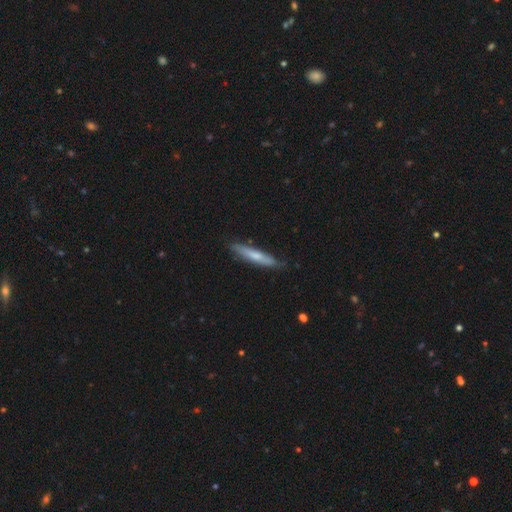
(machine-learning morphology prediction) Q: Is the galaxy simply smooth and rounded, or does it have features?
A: smooth — 59%.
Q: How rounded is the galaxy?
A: cigar-shaped — 92%.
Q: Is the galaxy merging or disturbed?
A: none — 80%.